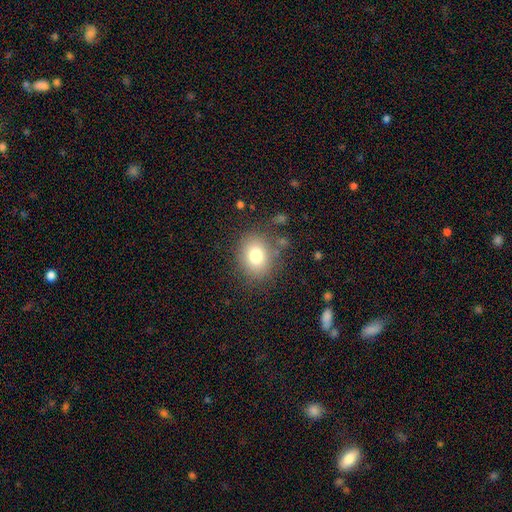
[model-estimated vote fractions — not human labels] Smooth or featured? smooth (77%)
How rounded? round (60%)
Merging? none (80%)